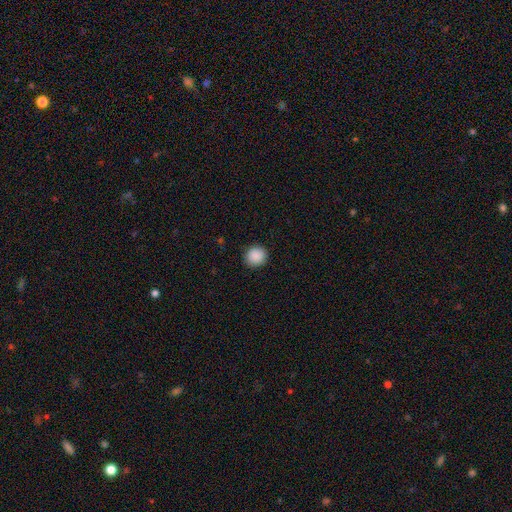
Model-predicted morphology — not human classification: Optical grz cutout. It shows a smooth galaxy with no disk features (89%) that is round (89%). Merging: none (90%).